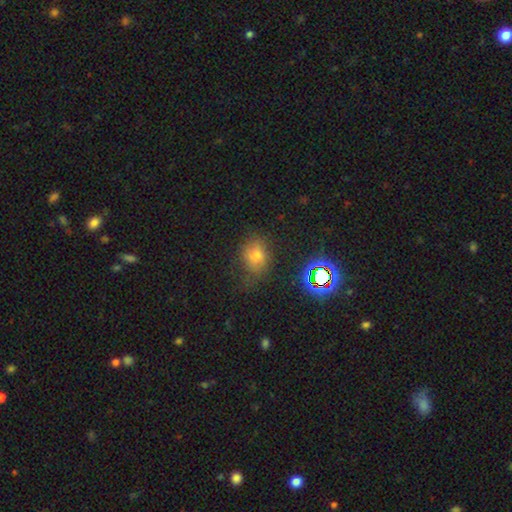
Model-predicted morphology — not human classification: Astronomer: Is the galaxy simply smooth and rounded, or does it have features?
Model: smooth — 68%.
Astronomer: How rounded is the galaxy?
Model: in between — 53% (runner-up: round, 46%).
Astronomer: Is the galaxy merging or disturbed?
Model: none — 63%.